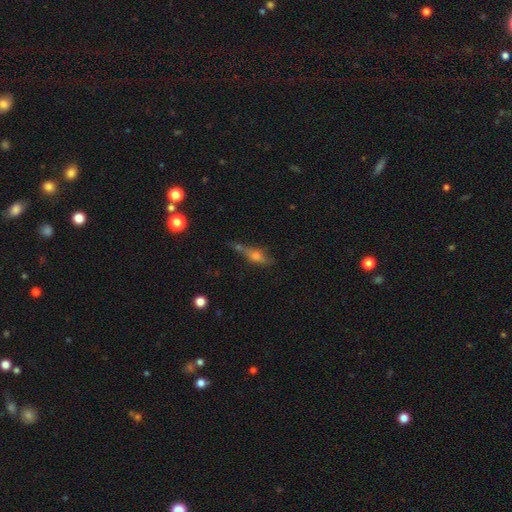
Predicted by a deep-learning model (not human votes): Smooth or featured? featured or disk (44%)
Merging? none (53%)